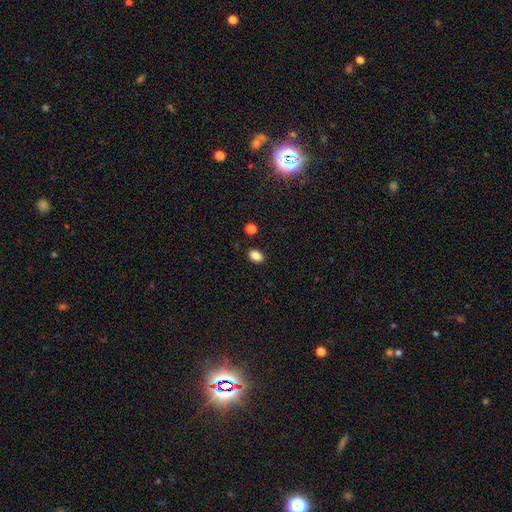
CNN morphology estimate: The model was most divided on "how rounded": in between: 78%, round: 21%, cigar-shaped: 1%. More confident: merging — none (87%); smooth or featured — smooth (86%).